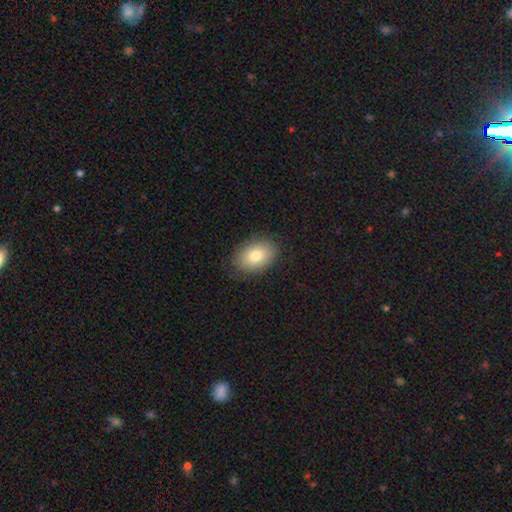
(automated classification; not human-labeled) This is clearly a smooth galaxy (80%). How rounded: clearly in between (81%). Merging: clearly none (85%).